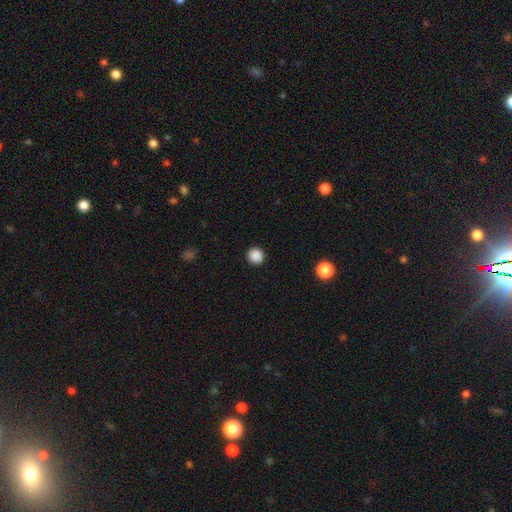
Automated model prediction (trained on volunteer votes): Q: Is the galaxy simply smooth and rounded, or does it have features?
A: smooth — 88%.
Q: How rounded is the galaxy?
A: round — 96%.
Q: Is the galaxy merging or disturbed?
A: none — 93%.